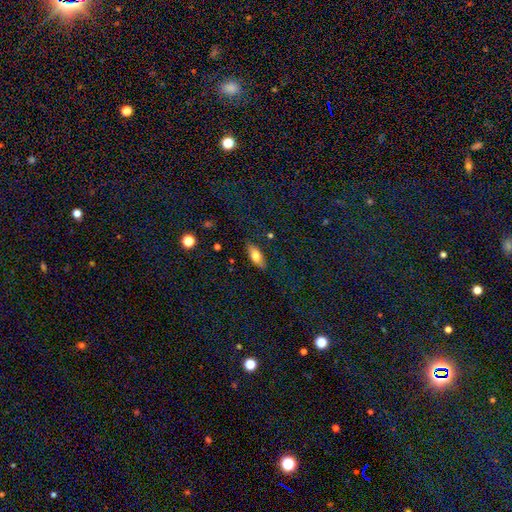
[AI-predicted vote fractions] A smooth galaxy with no disk features (74%) that is in between round and cigar-shaped (80%).

Vote fractions:
- Smooth or featured? smooth: 74% / featured or disk: 19% / star or artifact: 7%
- How rounded? in between: 80% / cigar-shaped: 17% / round: 3%
- Merging? none: 83% / minor disturbance: 12% / major disturbance: 3% / merger: 1%